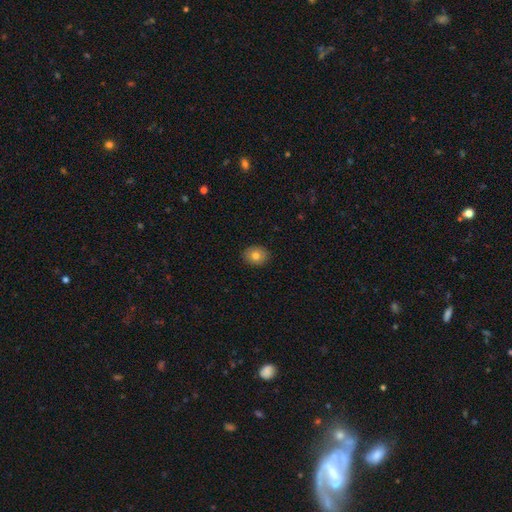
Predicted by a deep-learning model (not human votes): smooth-or-featured: smooth: 80% | featured or disk: 11% | star or artifact: 9%
  how-rounded: round: 58% | in between: 42% | cigar-shaped: 1%
  merging: none: 90% | minor disturbance: 8% | major disturbance: 2% | merger: 1%